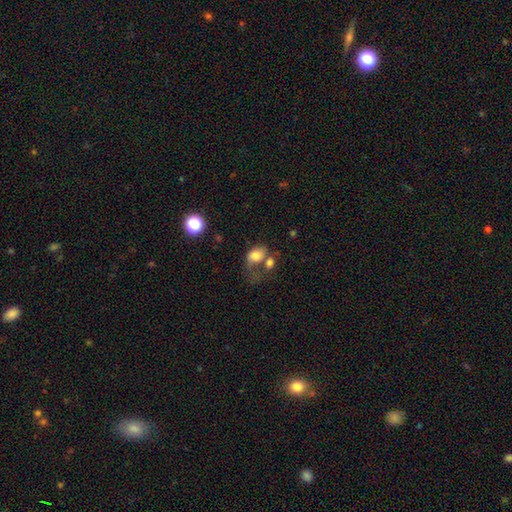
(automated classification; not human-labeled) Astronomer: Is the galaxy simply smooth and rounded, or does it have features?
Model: smooth — 71%.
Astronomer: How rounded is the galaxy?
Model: in between — 72%.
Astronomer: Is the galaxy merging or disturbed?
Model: merger — 34% (runner-up: major disturbance, 30%).